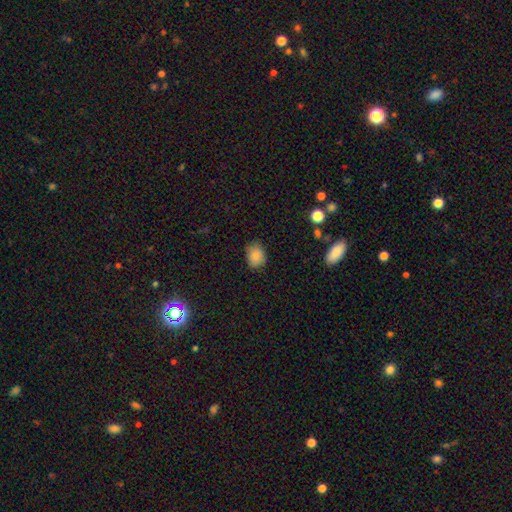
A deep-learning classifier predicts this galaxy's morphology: smooth 84%, star or artifact 10%, featured or disk 7%. Down the decision tree: how rounded — in between (57%); merging — none (76%).